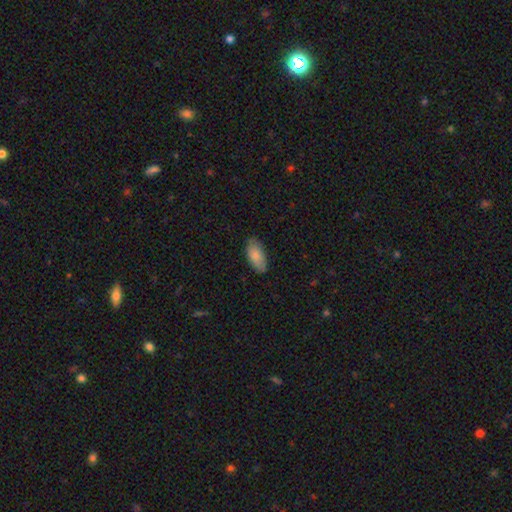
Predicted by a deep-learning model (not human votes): smooth_or_featured: smooth (p=0.83) [alt: featured or disk p=0.11]
how_rounded: in between (p=0.93) [alt: cigar-shaped p=0.05]
merging: none (p=0.79) [alt: minor disturbance p=0.17]